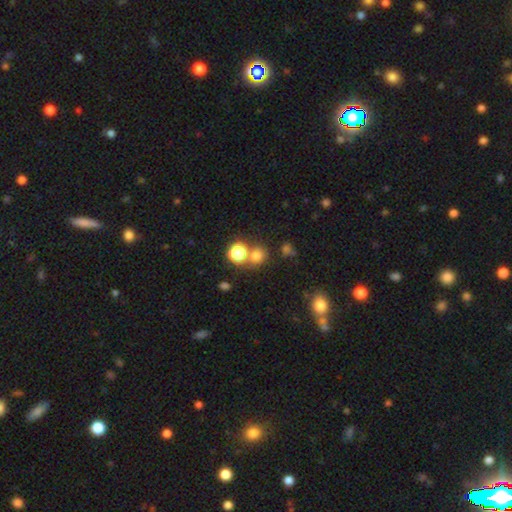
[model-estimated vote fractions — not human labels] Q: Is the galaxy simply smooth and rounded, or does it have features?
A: smooth — 69%.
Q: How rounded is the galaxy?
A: round — 85%.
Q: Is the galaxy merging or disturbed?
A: none — 68%.